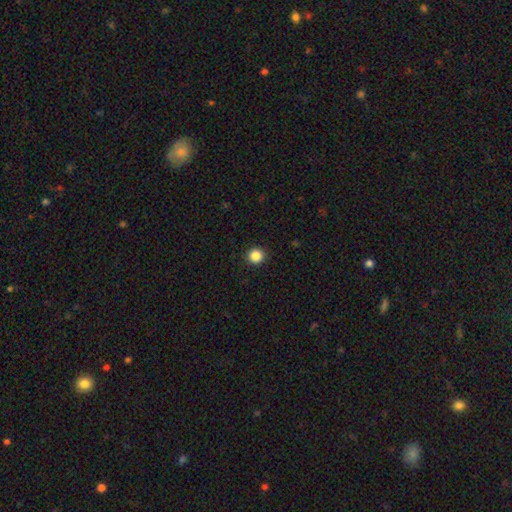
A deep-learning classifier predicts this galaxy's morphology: A smooth galaxy with no disk features (87%) that is round (94%). Merging: none (93%).